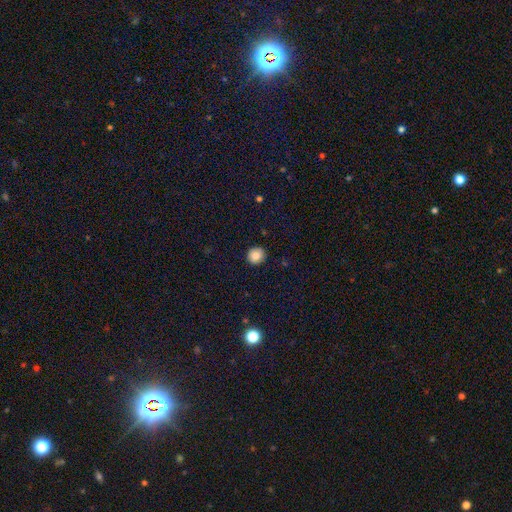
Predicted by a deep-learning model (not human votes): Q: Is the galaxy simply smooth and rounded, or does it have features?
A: smooth — 84%.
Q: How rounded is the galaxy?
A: round — 90%.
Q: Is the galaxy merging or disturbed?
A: none — 91%.